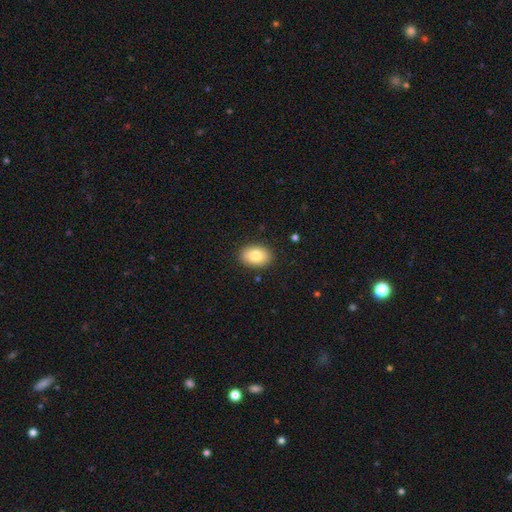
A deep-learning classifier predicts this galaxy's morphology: A smooth galaxy with no disk features (81%) that is in between round and cigar-shaped (82%). Merging: none (88%).